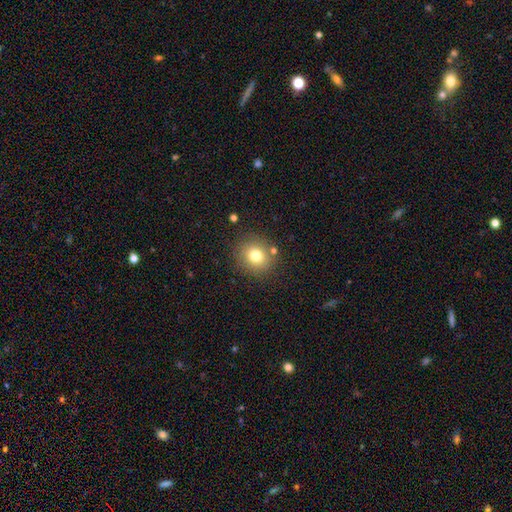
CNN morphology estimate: The model was most divided on "how rounded": round: 81%, in between: 18%, cigar-shaped: 1%. More confident: merging — none (84%); smooth or featured — smooth (77%).